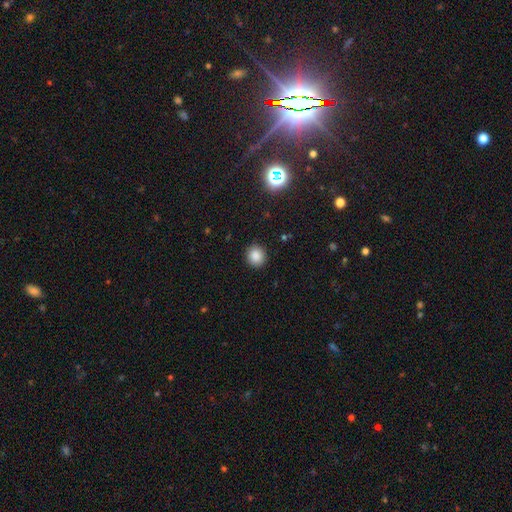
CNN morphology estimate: Smooth or featured? smooth (86%)
How rounded? round (88%)
Merging? none (91%)